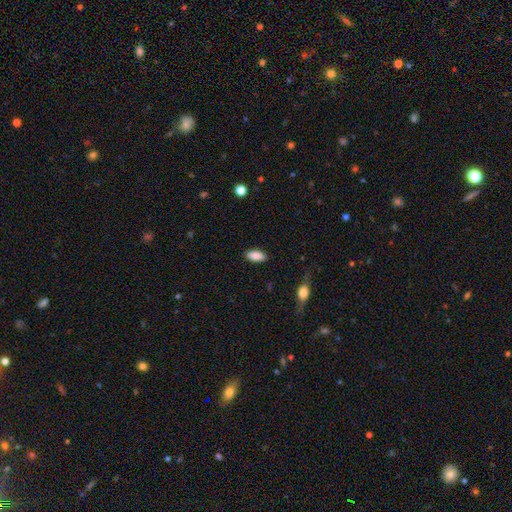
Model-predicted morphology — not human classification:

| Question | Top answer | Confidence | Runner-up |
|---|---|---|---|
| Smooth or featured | smooth | 89% | star or artifact (7%) |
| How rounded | in between | 90% | cigar-shaped (7%) |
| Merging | none | 87% | minor disturbance (10%) |